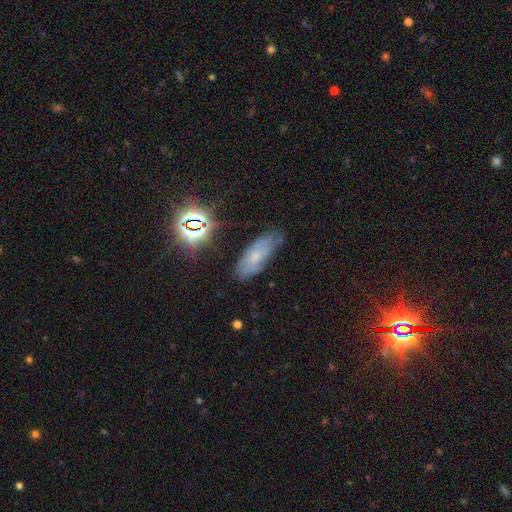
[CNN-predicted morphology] This is possibly a smooth galaxy (49%). Merging: likely none (68%).